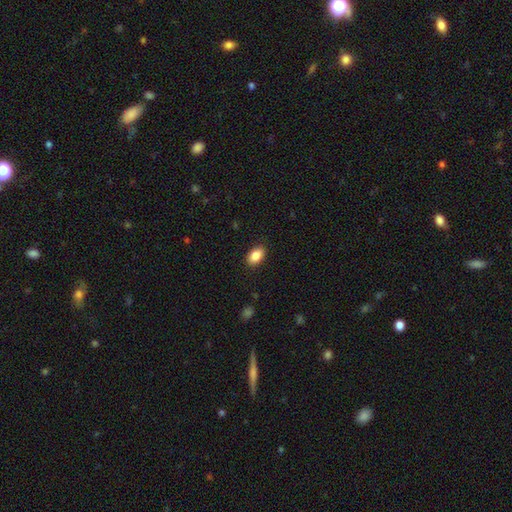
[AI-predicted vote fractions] smooth 88%, star or artifact 8%, featured or disk 5%. Down the decision tree: how rounded — in between (91%); merging — none (89%).